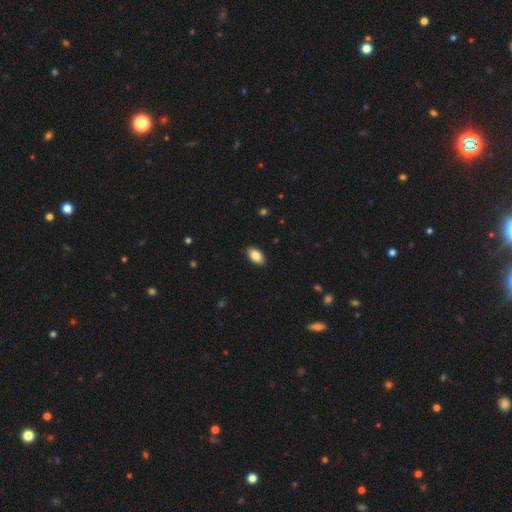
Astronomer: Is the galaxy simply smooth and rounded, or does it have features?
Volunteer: smooth — 72%.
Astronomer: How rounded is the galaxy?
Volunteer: in between — 93%.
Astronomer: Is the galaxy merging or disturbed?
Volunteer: none — 92%.